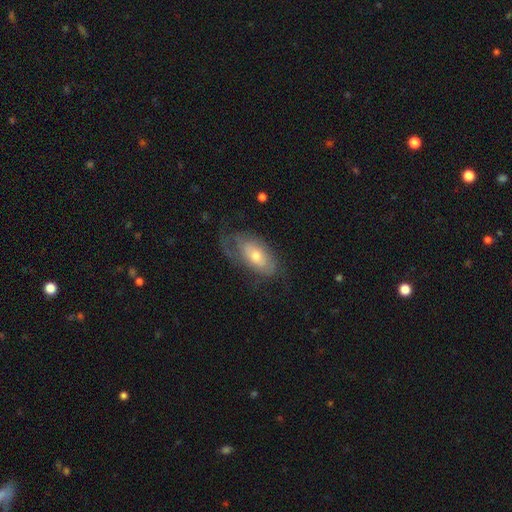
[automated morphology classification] This appears to be a featured or disk galaxy (59%) with no bar (71%), spiral arms (72%) and a moderate central bulge (57%). Merging: none (51%).